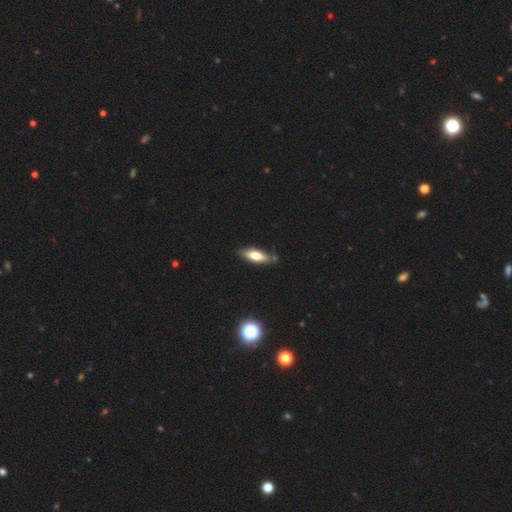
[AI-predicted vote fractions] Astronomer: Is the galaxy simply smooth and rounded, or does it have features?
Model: smooth — 57% (runner-up: featured or disk, 36%).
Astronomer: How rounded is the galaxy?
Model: in between — 49% (runner-up: cigar-shaped, 48%).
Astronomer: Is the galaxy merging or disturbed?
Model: none — 78%.